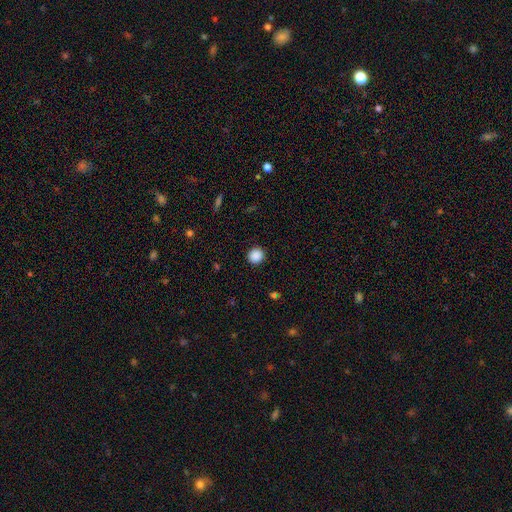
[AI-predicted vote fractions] smooth_or_featured: smooth (p=0.88) [alt: star or artifact p=0.10]
how_rounded: round (p=0.92) [alt: in between p=0.07]
merging: none (p=0.92) [alt: minor disturbance p=0.05]